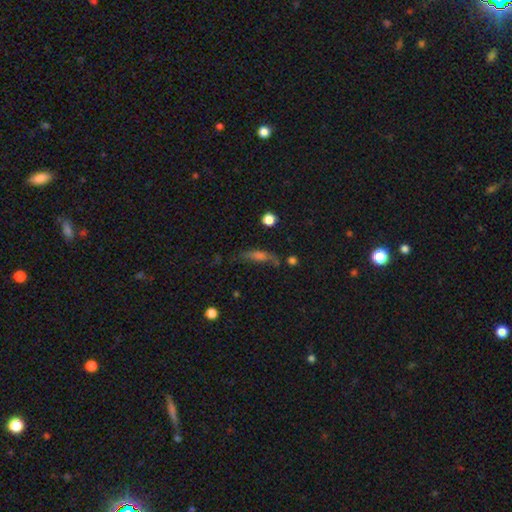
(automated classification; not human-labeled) Q: Smooth or featured?
A: smooth (39%); runner-up: featured or disk (38%)
Q: Merging?
A: none (59%); runner-up: minor disturbance (22%)